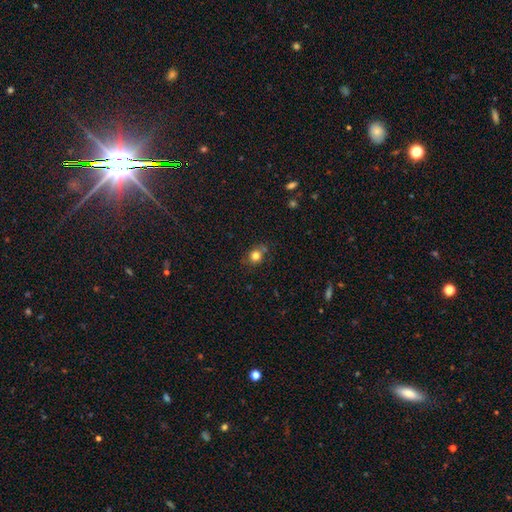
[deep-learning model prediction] Overall: smooth (79%). How rounded: round (75%). Merging: none (70%).